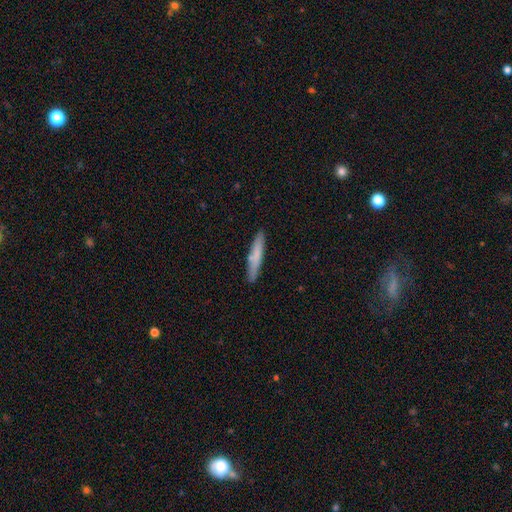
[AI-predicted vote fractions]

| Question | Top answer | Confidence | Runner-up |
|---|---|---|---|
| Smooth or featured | smooth | 73% | featured or disk (21%) |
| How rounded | cigar-shaped | 92% | in between (6%) |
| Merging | none | 86% | minor disturbance (10%) |